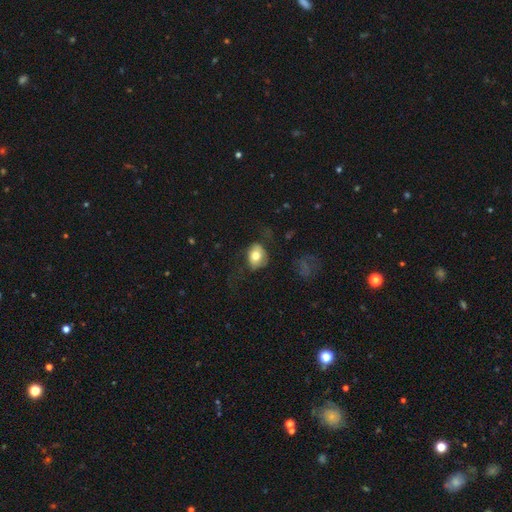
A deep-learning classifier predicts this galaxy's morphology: Smooth or featured? smooth (73%)
How rounded? in between (64%)
Merging? none (53%)